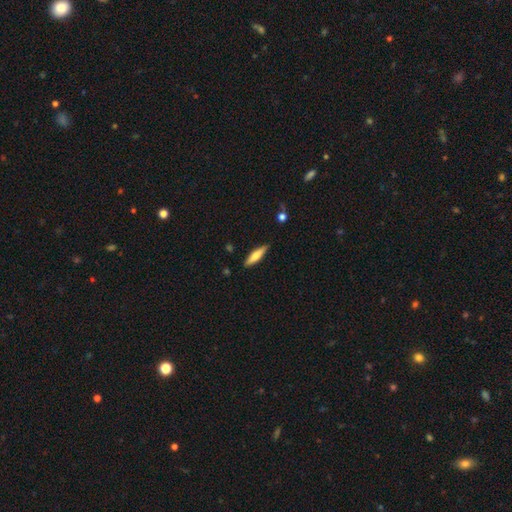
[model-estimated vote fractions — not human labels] A smooth galaxy with no disk features (63%) that is cigar-shaped (73%).

Vote fractions:
- Smooth or featured? smooth: 63% / featured or disk: 31% / star or artifact: 6%
- How rounded? cigar-shaped: 73% / in between: 26% / round: 2%
- Merging? none: 86% / minor disturbance: 11% / major disturbance: 2% / merger: 2%